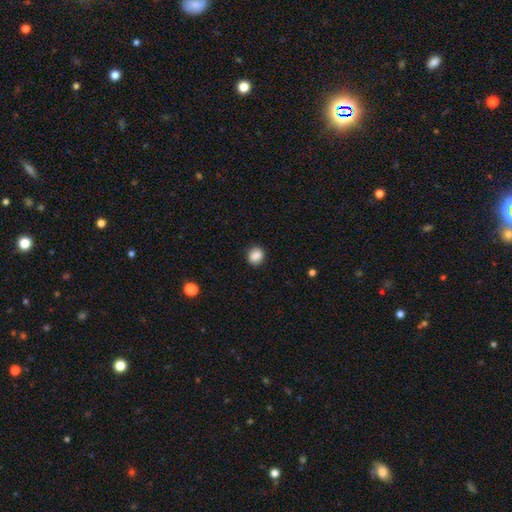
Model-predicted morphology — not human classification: Overall: smooth (87%). How rounded: round (71%). Merging: none (88%).